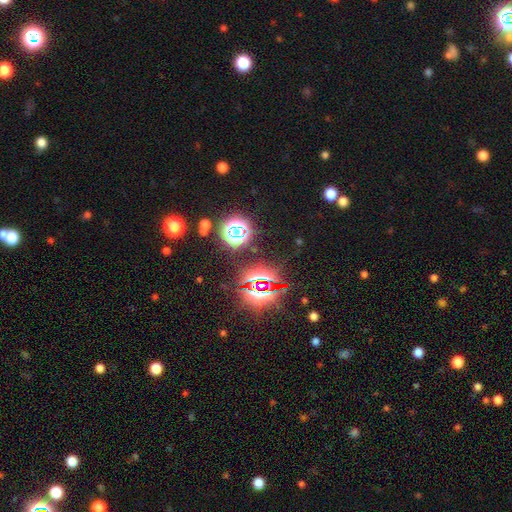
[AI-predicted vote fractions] Morphology: type=star or artifact (80%).